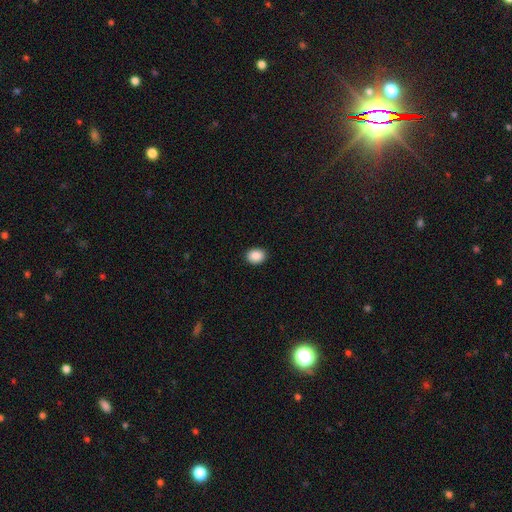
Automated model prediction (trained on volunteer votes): The model was most divided on "how rounded": in between: 61%, round: 38%, cigar-shaped: 1%. More confident: merging — none (91%); smooth or featured — smooth (89%).